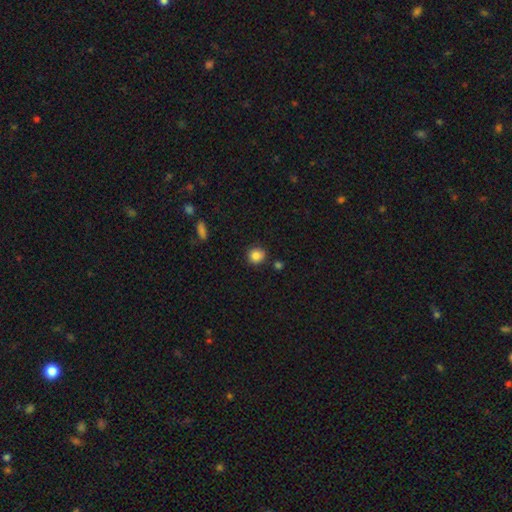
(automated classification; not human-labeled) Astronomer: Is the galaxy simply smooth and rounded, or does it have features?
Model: smooth — 85%.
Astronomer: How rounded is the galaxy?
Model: round — 87%.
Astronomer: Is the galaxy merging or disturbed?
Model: none — 84%.